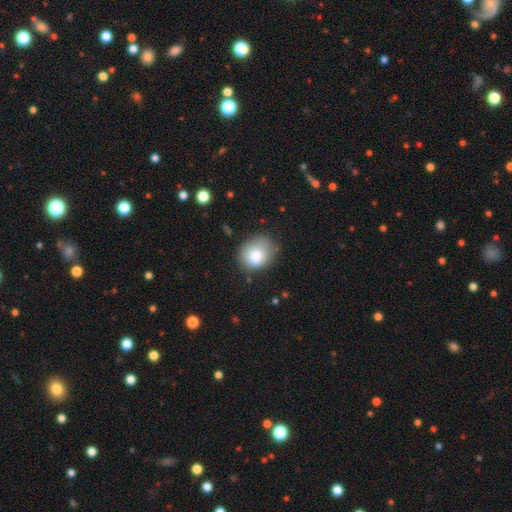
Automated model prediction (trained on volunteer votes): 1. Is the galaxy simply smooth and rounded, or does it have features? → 82% smooth, 9% featured or disk, 9% star or artifact.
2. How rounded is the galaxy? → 57% round, 42% in between, 1% cigar-shaped.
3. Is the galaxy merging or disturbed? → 69% none, 23% minor disturbance, 6% major disturbance, 2% merger.